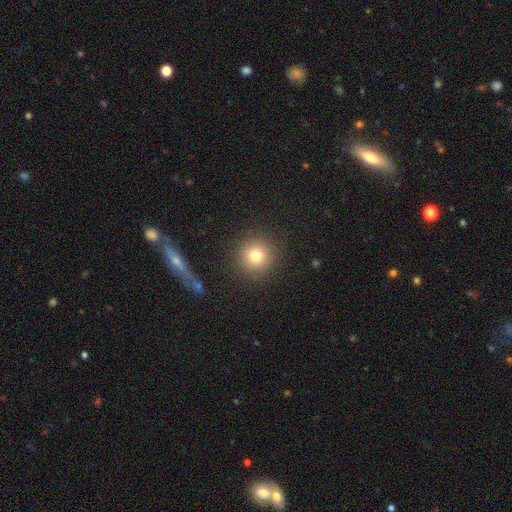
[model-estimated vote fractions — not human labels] Smooth or featured?
  - smooth: 79% *
  - star or artifact: 13%
  - featured or disk: 9%
How rounded?
  - round: 95% *
  - in between: 4%
  - cigar-shaped: 1%
Merging?
  - none: 90% *
  - minor disturbance: 6%
  - major disturbance: 3%
  - merger: 2%